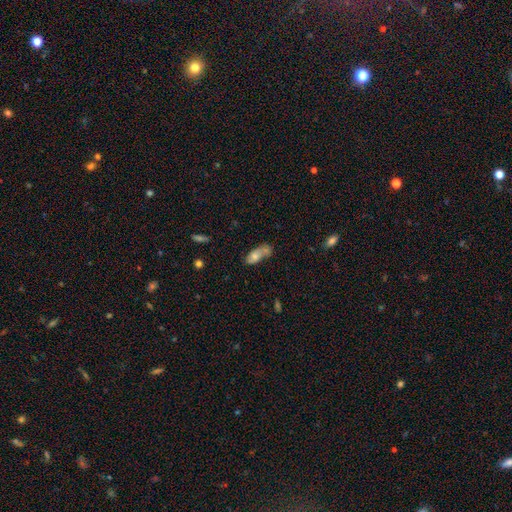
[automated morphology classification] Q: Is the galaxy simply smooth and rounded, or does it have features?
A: smooth — 64%.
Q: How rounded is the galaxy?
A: in between — 81%.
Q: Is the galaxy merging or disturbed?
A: merger — 38%.